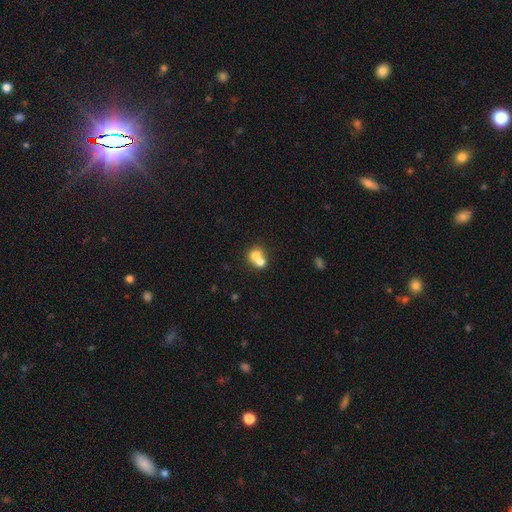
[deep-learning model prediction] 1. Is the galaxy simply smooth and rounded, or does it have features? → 70% smooth, 19% featured or disk, 11% star or artifact.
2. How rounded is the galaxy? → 76% round, 23% in between, 1% cigar-shaped.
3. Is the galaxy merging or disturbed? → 64% merger, 29% none, 5% minor disturbance, 3% major disturbance.